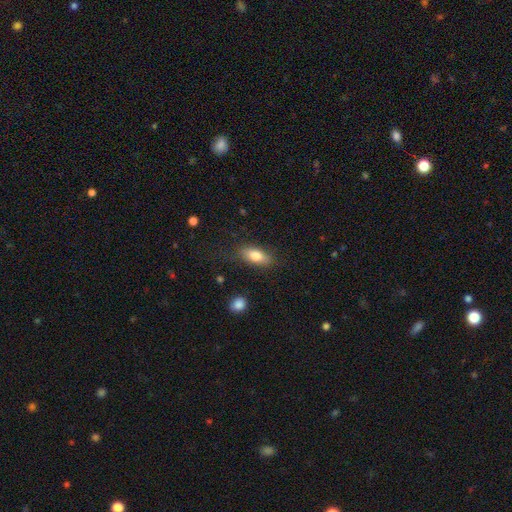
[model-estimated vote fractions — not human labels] Smooth or featured? smooth (78%)
How rounded? in between (81%)
Merging? none (80%)